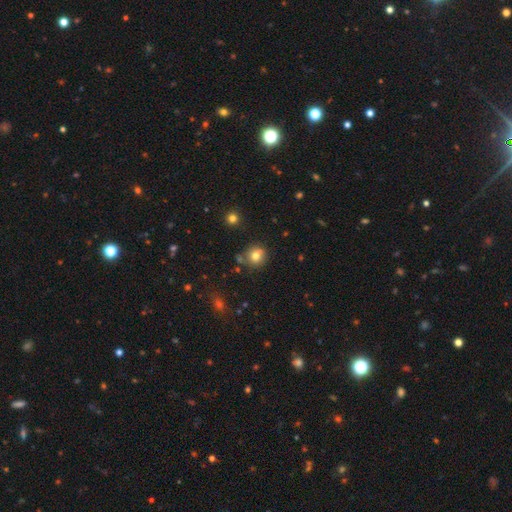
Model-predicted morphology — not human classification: Smooth or featured? smooth (79%)
How rounded? round (88%)
Merging? none (78%)